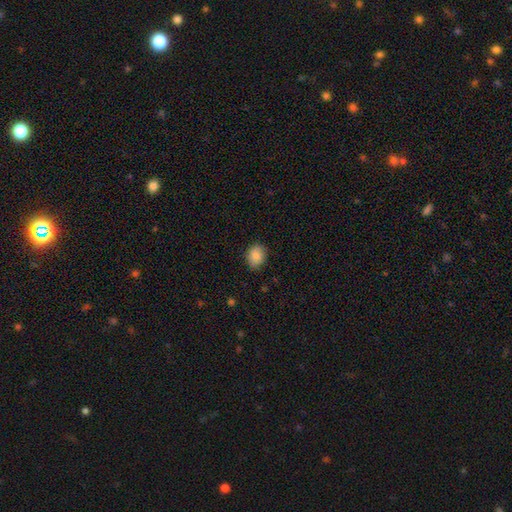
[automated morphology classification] Smooth or featured: smooth — 86% (star or artifact — 8%)
How rounded: round — 50% (in between — 49%)
Merging: none — 80% (minor disturbance — 16%)